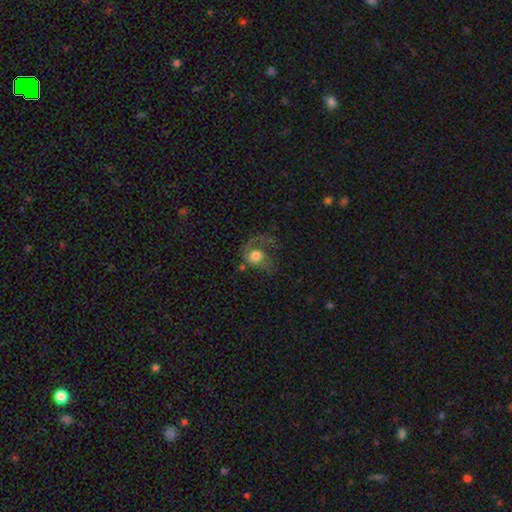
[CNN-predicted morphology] Smooth or featured?
  - featured or disk: 51% *
  - smooth: 41%
  - star or artifact: 8%
Edge-on disk?
  - no: 97% *
  - yes: 3%
Merging?
  - major disturbance: 52% *
  - none: 25%
  - minor disturbance: 18%
  - merger: 5%